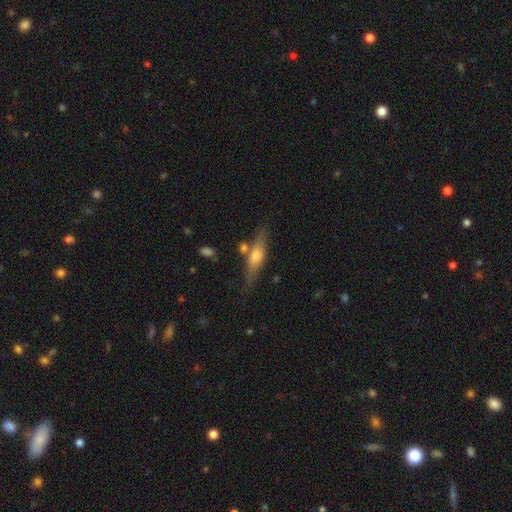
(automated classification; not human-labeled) Smooth or featured: smooth — 47% (featured or disk — 46%)
Merging: none — 71% (minor disturbance — 15%)